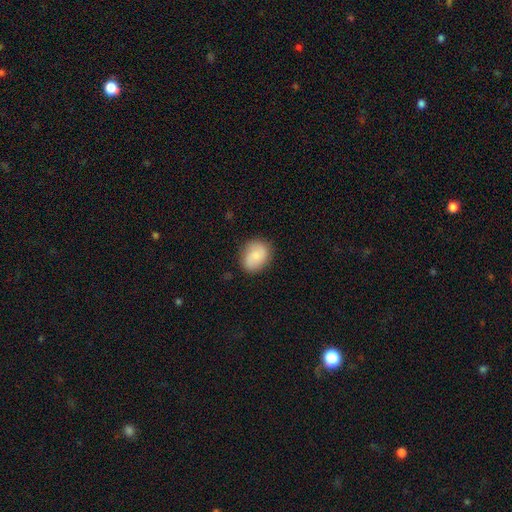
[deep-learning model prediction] A smooth galaxy with no disk features (76%) that is in between round and cigar-shaped (52%). Merging: none (79%).